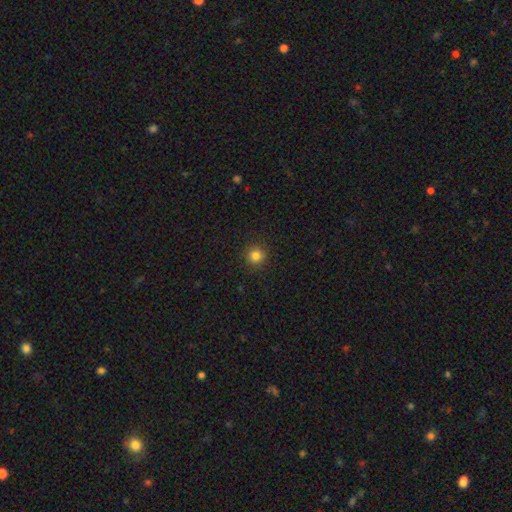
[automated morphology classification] This appears to be a smooth galaxy with no disk features (83%) that is round (94%). Merging: none (91%).